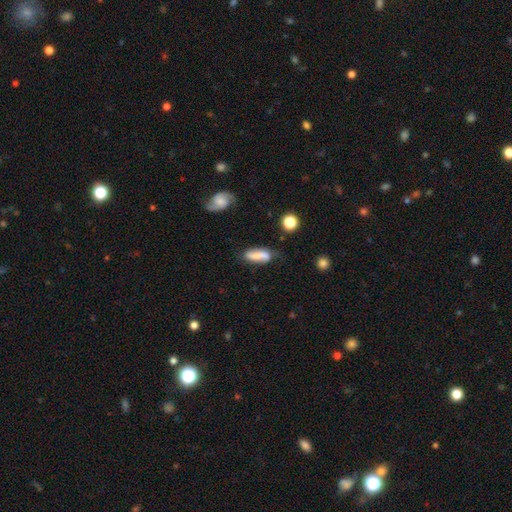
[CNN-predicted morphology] smooth_or_featured: smooth (p=0.61) [alt: featured or disk p=0.31]
how_rounded: in between (p=0.53) [alt: cigar-shaped p=0.43]
merging: none (p=0.61) [alt: minor disturbance p=0.25]